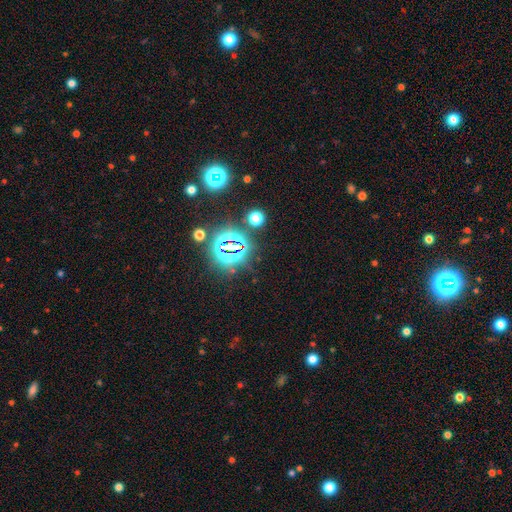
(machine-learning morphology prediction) Smooth or featured: star or artifact — 80% (smooth — 13%)